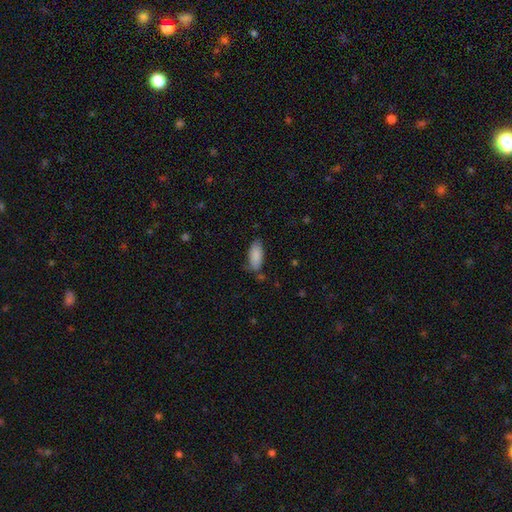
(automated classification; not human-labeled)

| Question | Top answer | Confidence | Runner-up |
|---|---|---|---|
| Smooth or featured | smooth | 88% | star or artifact (6%) |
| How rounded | in between | 85% | cigar-shaped (13%) |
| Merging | none | 74% | minor disturbance (19%) |